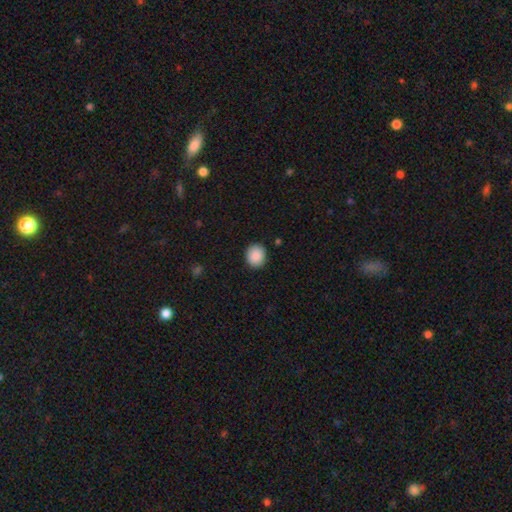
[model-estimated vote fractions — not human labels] A smooth galaxy with no disk features (89%) that is round (76%). Merging: none (90%).